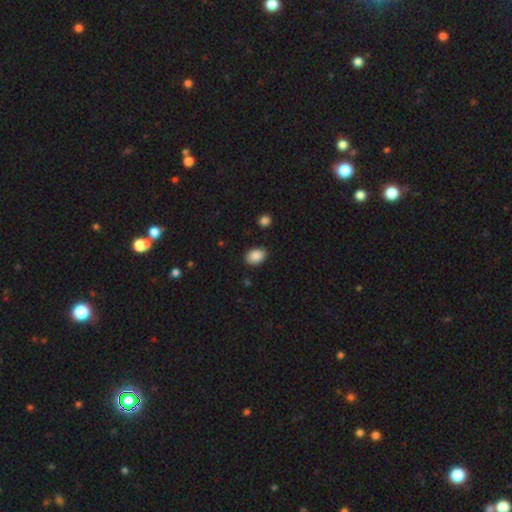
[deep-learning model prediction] smooth_or_featured: smooth (p=0.89) [alt: star or artifact p=0.08]
how_rounded: in between (p=0.76) [alt: round p=0.23]
merging: none (p=0.84) [alt: minor disturbance p=0.12]